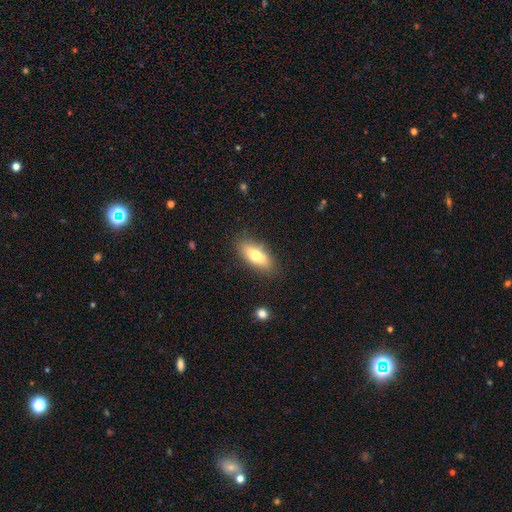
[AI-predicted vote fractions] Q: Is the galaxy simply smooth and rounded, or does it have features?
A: smooth — 76%.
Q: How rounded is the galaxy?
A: in between — 79%.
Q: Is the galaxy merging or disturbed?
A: none — 83%.